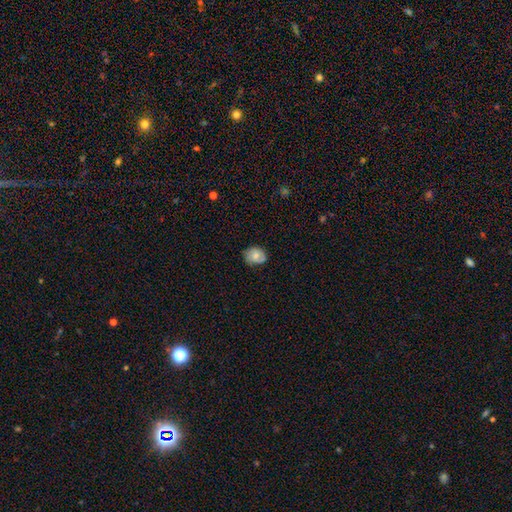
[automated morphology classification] Smooth or featured? Predicted: smooth (p=0.65). How rounded? Predicted: round (p=0.64). Merging? Predicted: none (p=0.67).